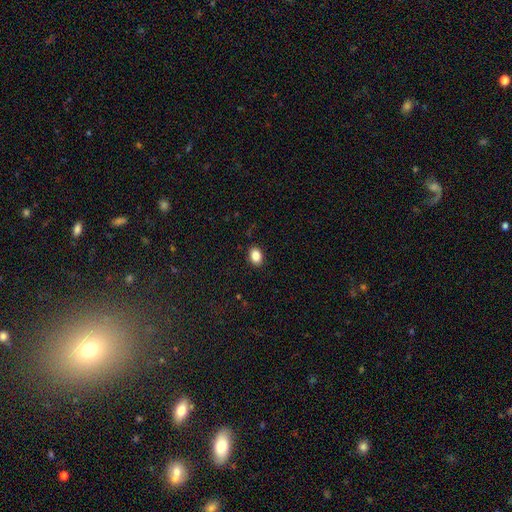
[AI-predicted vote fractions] Morphology: type=smooth (87%); roundness=in between (75%); merging=none (89%).